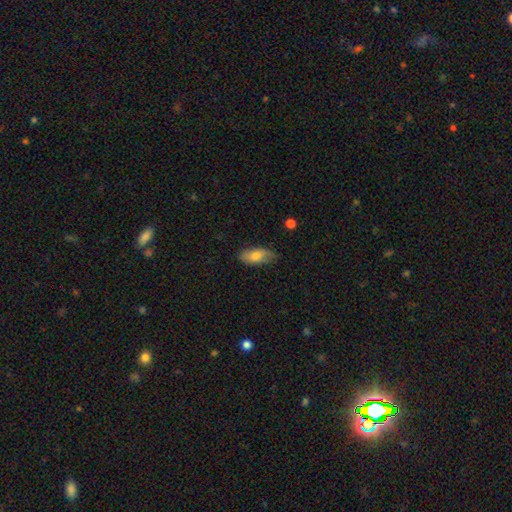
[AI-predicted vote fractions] The model was most divided on "smooth or featured": smooth: 71%, featured or disk: 22%, star or artifact: 7%. More confident: how rounded — in between (88%); merging — none (72%).